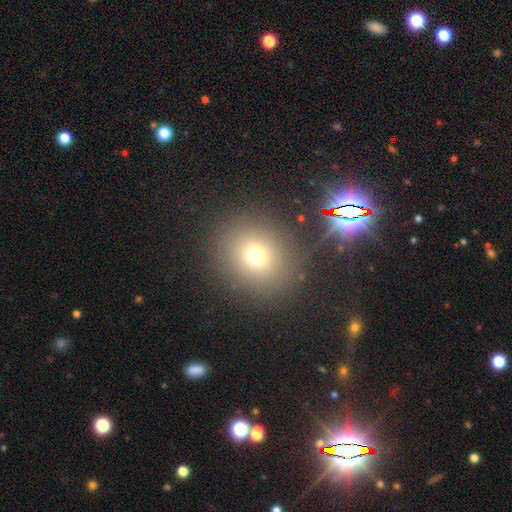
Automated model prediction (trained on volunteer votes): Smooth or featured? Predicted: smooth (p=0.69). How rounded? Predicted: round (p=0.81). Merging? Predicted: none (p=0.83).